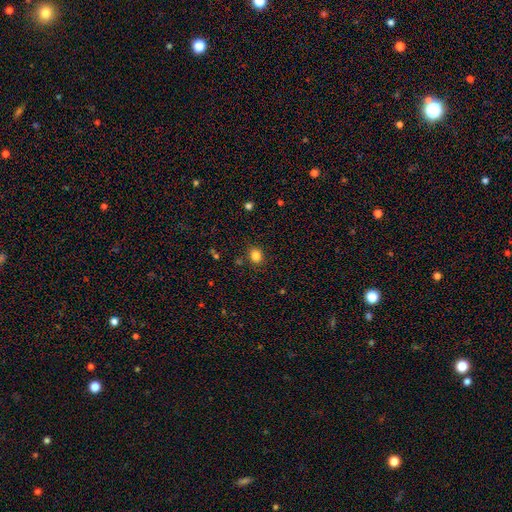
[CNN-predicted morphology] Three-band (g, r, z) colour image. It shows a smooth galaxy with no disk features (83%) that is round (68%). Merging: none (86%).